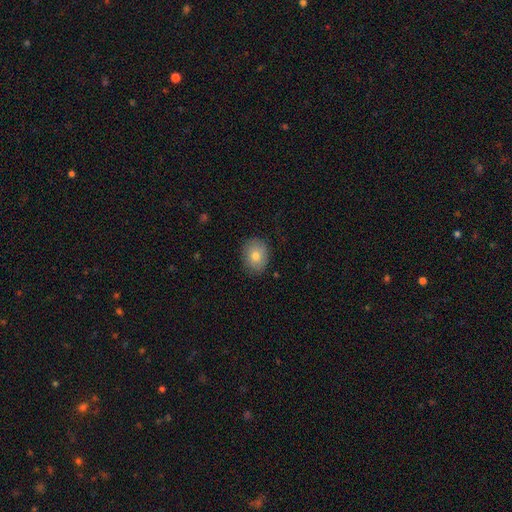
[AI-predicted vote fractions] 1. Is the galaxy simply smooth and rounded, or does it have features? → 77% smooth, 14% featured or disk, 9% star or artifact.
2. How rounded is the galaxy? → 51% in between, 48% round, 1% cigar-shaped.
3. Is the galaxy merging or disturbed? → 84% none, 12% minor disturbance, 3% major disturbance, 1% merger.